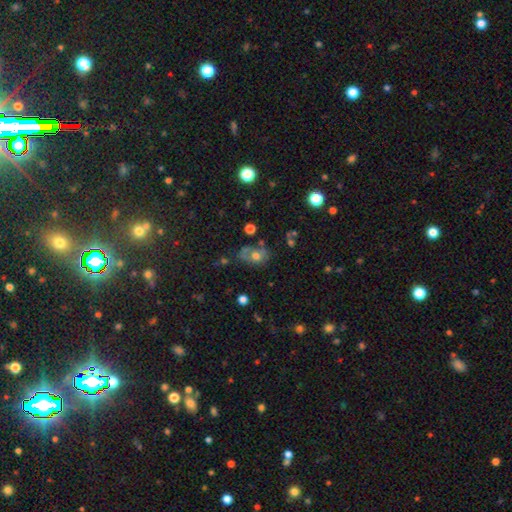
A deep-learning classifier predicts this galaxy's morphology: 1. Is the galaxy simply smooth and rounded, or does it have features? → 58% smooth, 28% featured or disk, 14% star or artifact.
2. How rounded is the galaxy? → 63% in between, 36% round, 2% cigar-shaped.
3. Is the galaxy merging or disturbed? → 44% none, 27% minor disturbance, 18% major disturbance, 12% merger.